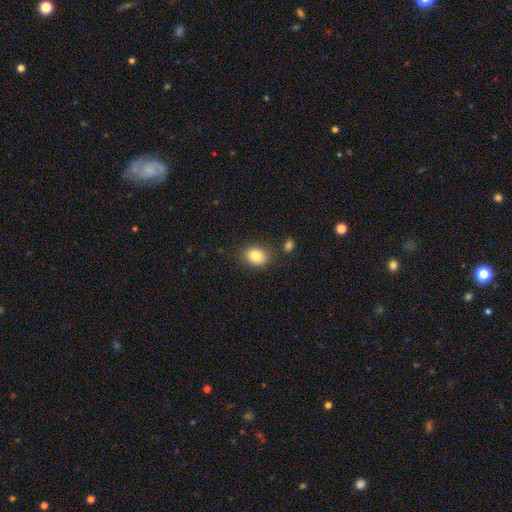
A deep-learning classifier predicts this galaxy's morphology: Smooth or featured?
  - smooth: 85% *
  - star or artifact: 9%
  - featured or disk: 7%
How rounded?
  - in between: 65% *
  - round: 34%
  - cigar-shaped: 1%
Merging?
  - none: 79% *
  - minor disturbance: 13%
  - merger: 5%
  - major disturbance: 4%